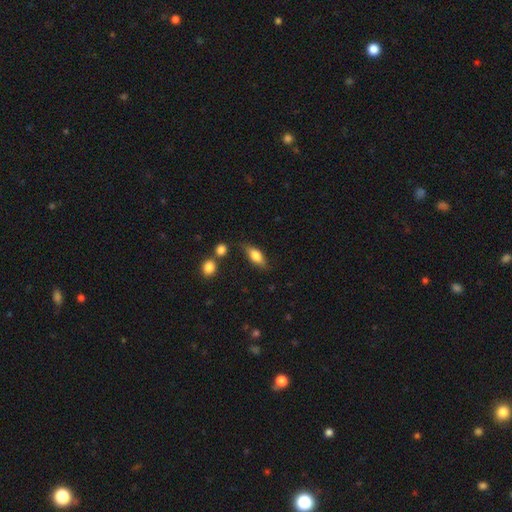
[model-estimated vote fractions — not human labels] A smooth galaxy with no disk features (73%) that is in between round and cigar-shaped (77%).

Vote fractions:
- Smooth or featured? smooth: 73% / featured or disk: 20% / star or artifact: 7%
- How rounded? in between: 77% / cigar-shaped: 18% / round: 5%
- Merging? none: 71% / minor disturbance: 18% / merger: 6% / major disturbance: 5%